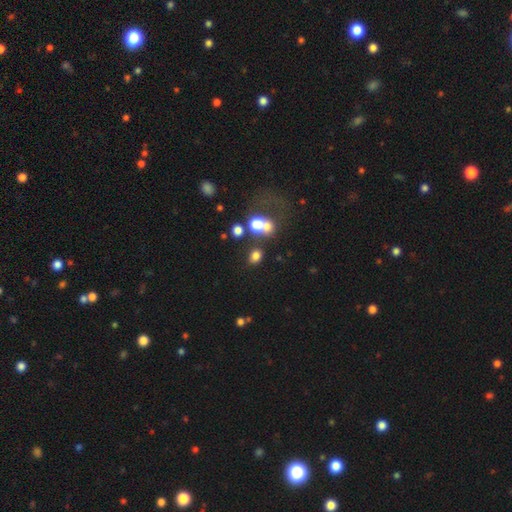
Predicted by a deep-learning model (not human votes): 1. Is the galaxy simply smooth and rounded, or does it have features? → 74% smooth, 16% star or artifact, 10% featured or disk.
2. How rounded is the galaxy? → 54% in between, 44% round, 1% cigar-shaped.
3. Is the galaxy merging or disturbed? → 59% none, 24% merger, 11% minor disturbance, 7% major disturbance.